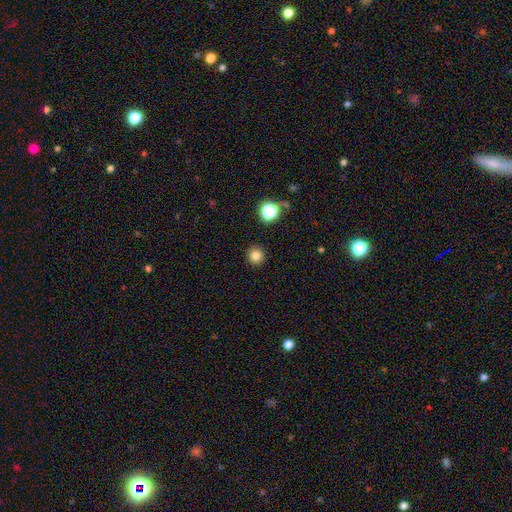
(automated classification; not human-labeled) Q: Smooth or featured?
A: smooth (81%); runner-up: star or artifact (13%)
Q: How rounded?
A: round (93%); runner-up: in between (6%)
Q: Merging?
A: none (91%); runner-up: minor disturbance (5%)